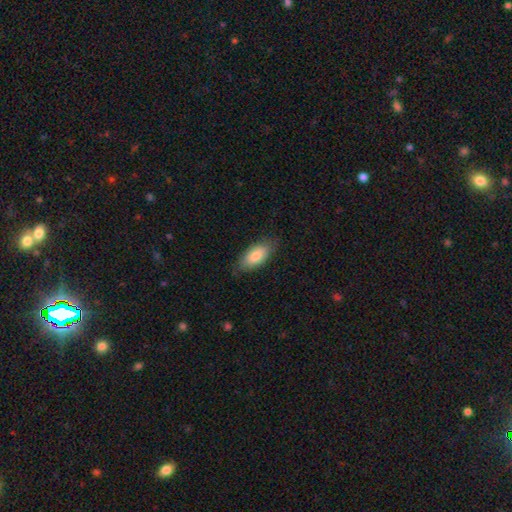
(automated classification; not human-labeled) Overall: smooth (83%). How rounded: in between (89%). Merging: none (79%).